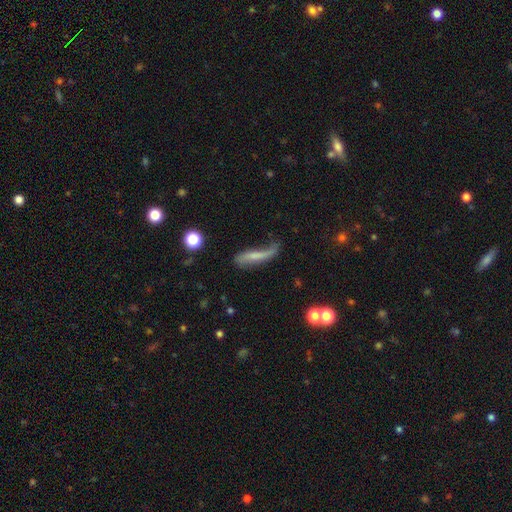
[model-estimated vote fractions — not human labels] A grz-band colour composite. It shows a smooth galaxy with no disk features (45%, tied with featured or disk). Merging: none (34%).